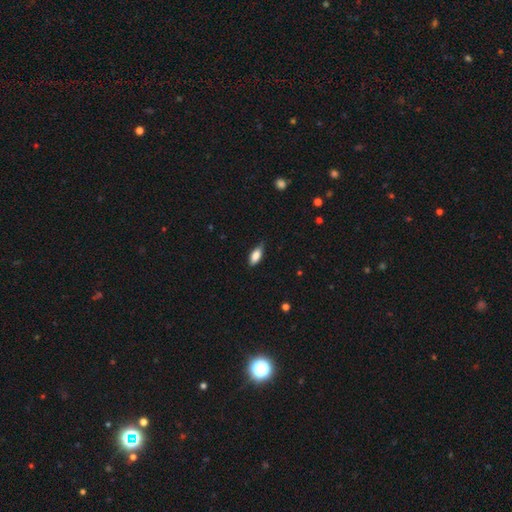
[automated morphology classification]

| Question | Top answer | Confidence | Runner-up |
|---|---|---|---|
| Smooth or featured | smooth | 83% | featured or disk (10%) |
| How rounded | in between | 83% | cigar-shaped (15%) |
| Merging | none | 74% | minor disturbance (22%) |